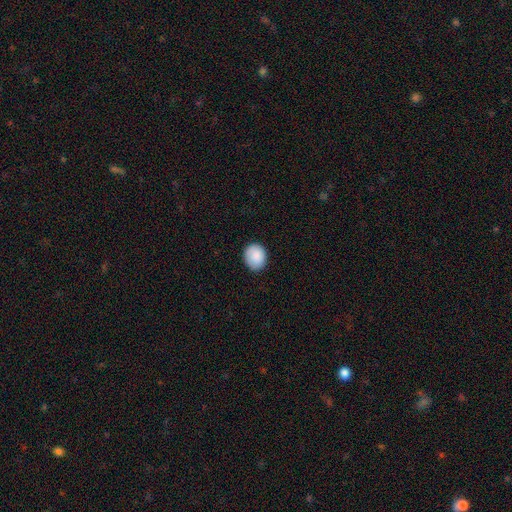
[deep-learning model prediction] smooth_or_featured: smooth (p=0.88) [alt: star or artifact p=0.07]
how_rounded: round (p=0.69) [alt: in between p=0.30]
merging: none (p=0.86) [alt: minor disturbance p=0.11]